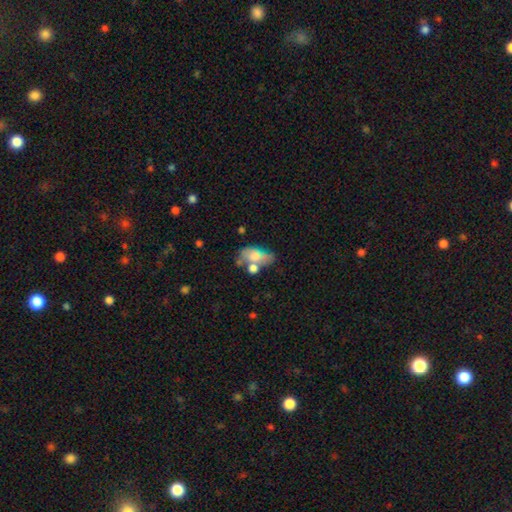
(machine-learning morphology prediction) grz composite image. It shows a smooth galaxy with no disk features (55%) that is in between round and cigar-shaped (88%). Merging: merger (36%).